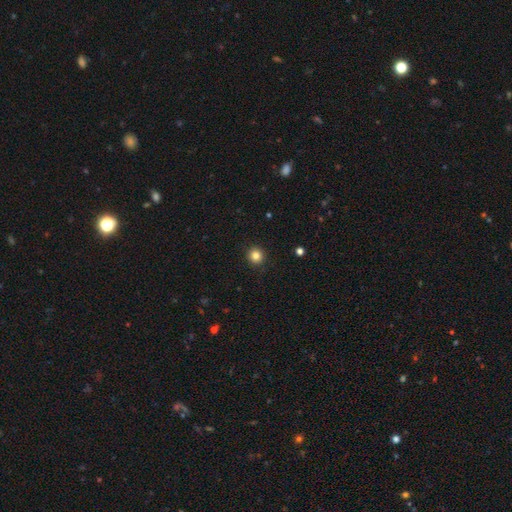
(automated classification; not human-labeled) The model was most divided on "smooth or featured": smooth: 83%, star or artifact: 12%, featured or disk: 5%. More confident: how rounded — round (93%); merging — none (92%).